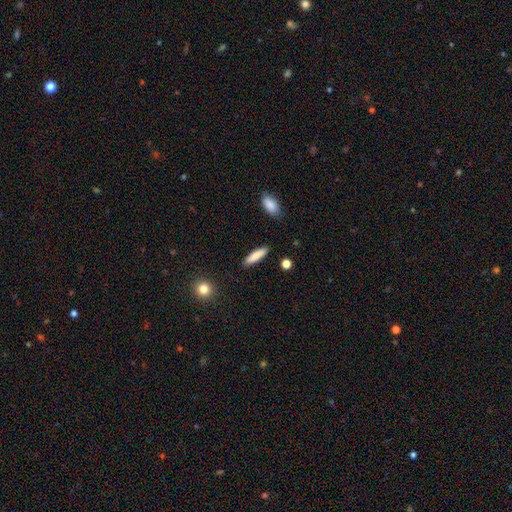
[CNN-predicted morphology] Smooth or featured: smooth — 82% (featured or disk — 11%)
How rounded: cigar-shaped — 75% (in between — 24%)
Merging: none — 88% (minor disturbance — 8%)